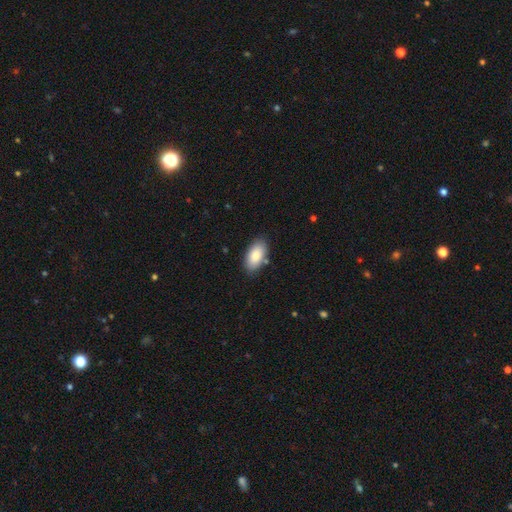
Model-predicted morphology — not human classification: Overall: smooth (85%). How rounded: in between (94%). Merging: none (83%).